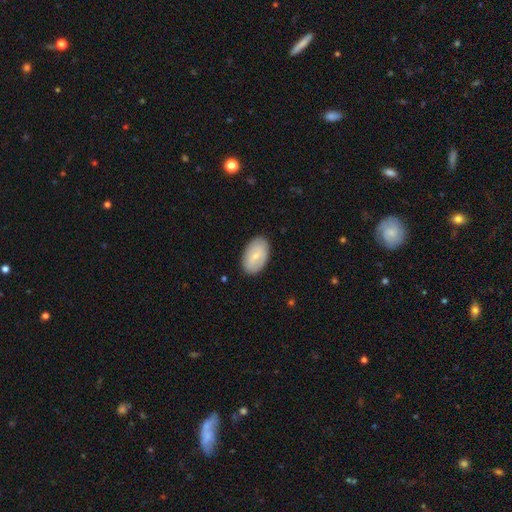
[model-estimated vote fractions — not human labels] A smooth galaxy with no disk features (65%) that is in between round and cigar-shaped (93%). Merging: none (87%).